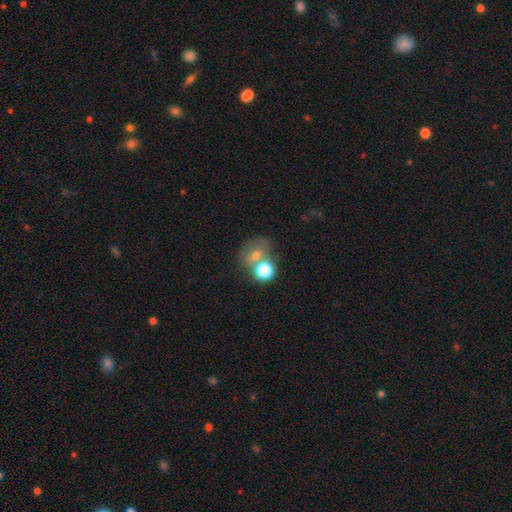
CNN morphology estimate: smooth_or_featured: smooth (p=0.57) [alt: featured or disk p=0.25]
how_rounded: round (p=0.65) [alt: in between p=0.34]
merging: merger (p=0.41) [alt: none p=0.38]